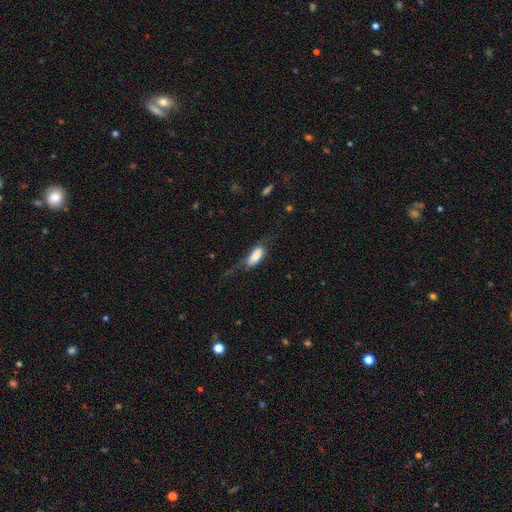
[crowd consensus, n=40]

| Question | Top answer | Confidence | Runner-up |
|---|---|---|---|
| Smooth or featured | smooth | 70% | featured or disk (25%) |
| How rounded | in between | 64% | cigar-shaped (32%) |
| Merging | minor disturbance | 37% | major disturbance (34%) |